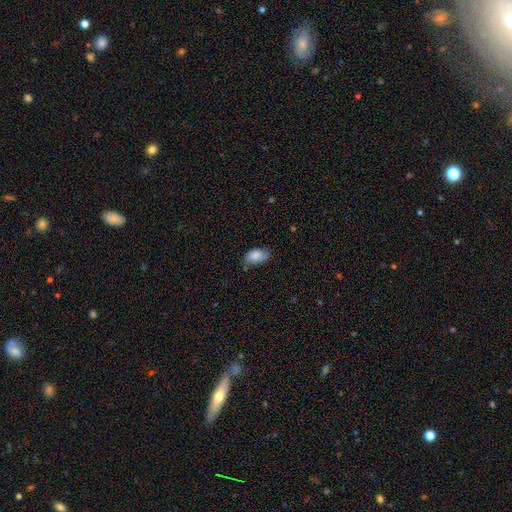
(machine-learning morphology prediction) smooth_or_featured: smooth (p=0.83) [alt: featured or disk p=0.10]
how_rounded: in between (p=0.93) [alt: round p=0.05]
merging: none (p=0.61) [alt: minor disturbance p=0.30]